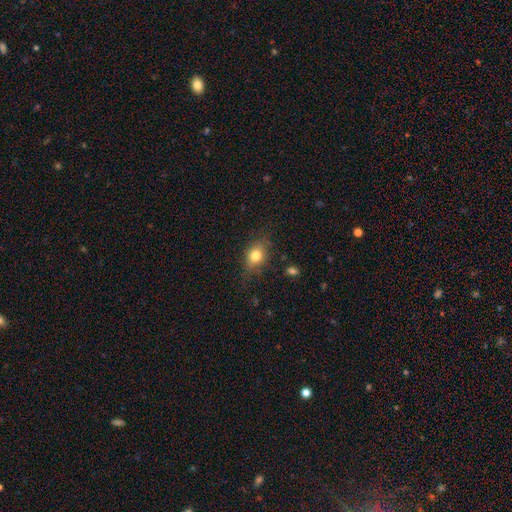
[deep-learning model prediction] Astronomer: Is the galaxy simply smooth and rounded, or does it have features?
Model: smooth — 74%.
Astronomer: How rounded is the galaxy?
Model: in between — 60% (runner-up: round, 36%).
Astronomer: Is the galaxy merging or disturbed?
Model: none — 73%.